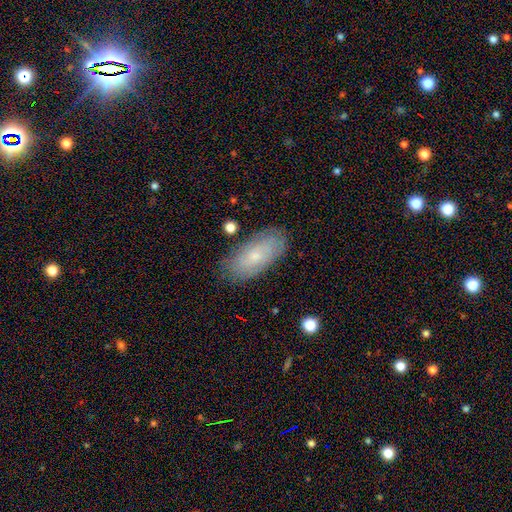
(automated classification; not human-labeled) A smooth galaxy with no disk features (53%) that is in between round and cigar-shaped (89%). Merging: none (80%).